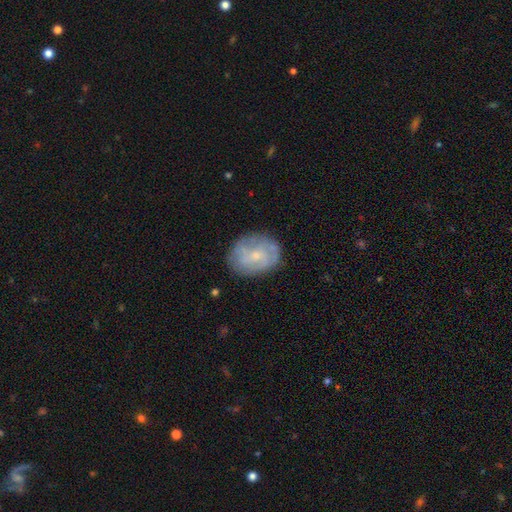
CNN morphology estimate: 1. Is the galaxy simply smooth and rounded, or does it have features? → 57% featured or disk, 35% smooth, 8% star or artifact.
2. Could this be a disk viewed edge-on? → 97% no, 3% yes.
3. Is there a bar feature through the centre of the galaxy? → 72% no, 25% weak, 4% strong.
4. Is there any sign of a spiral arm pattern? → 68% yes, 32% no.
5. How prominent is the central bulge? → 69% small, 25% moderate, 4% none, 1% large, 1% dominant.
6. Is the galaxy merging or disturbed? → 75% none, 17% minor disturbance, 6% major disturbance, 1% merger.